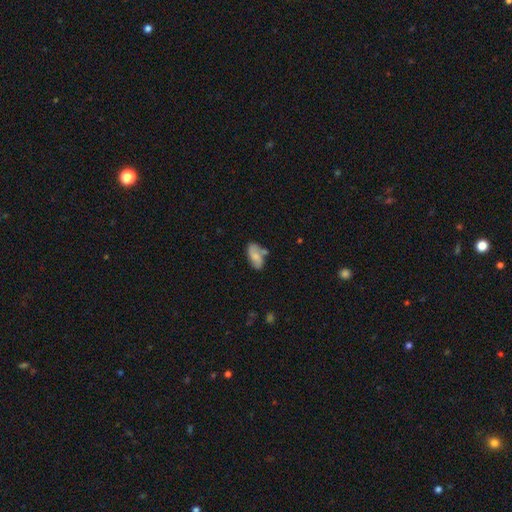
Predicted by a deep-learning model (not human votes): Smooth or featured: smooth — 60% (featured or disk — 32%)
How rounded: in between — 90% (cigar-shaped — 6%)
Merging: none — 55% (minor disturbance — 23%)